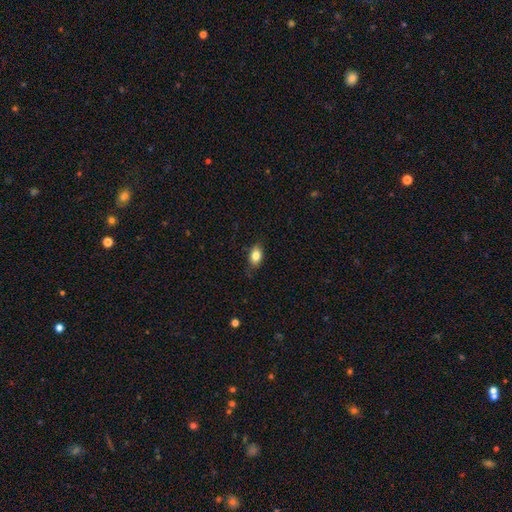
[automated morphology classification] smooth_or_featured: smooth (p=0.82) [alt: featured or disk p=0.10]
how_rounded: in between (p=0.86) [alt: round p=0.10]
merging: none (p=0.79) [alt: minor disturbance p=0.17]